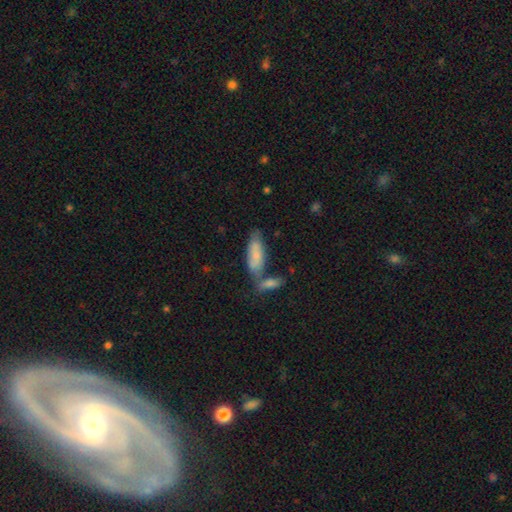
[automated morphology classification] Smooth or featured: smooth — 73% (featured or disk — 20%)
How rounded: in between — 71% (cigar-shaped — 27%)
Merging: none — 47% (merger — 30%)